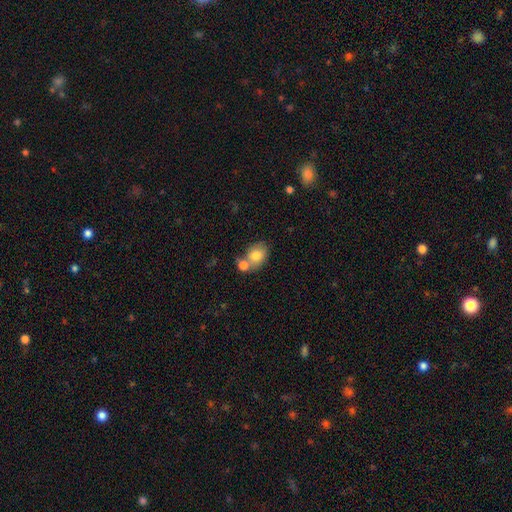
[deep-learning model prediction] Smooth or featured?
  - smooth: 80% *
  - featured or disk: 12%
  - star or artifact: 8%
How rounded?
  - in between: 63% *
  - round: 36%
  - cigar-shaped: 1%
Merging?
  - none: 51% *
  - merger: 32%
  - minor disturbance: 13%
  - major disturbance: 4%